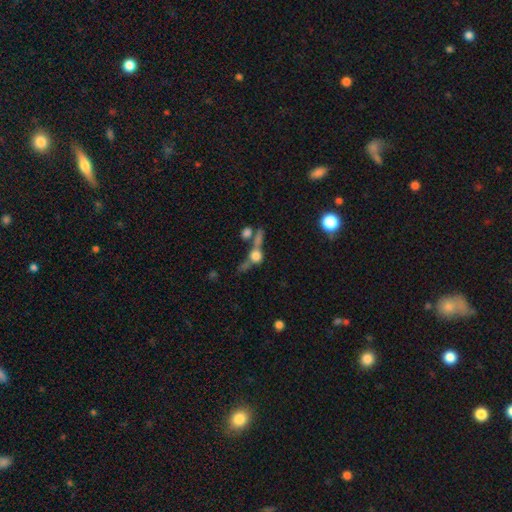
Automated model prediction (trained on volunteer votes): Overall: smooth (51%; featured or disk 32%). How rounded: round (54%; in between 29%). Merging: merger (40%; none 34%).